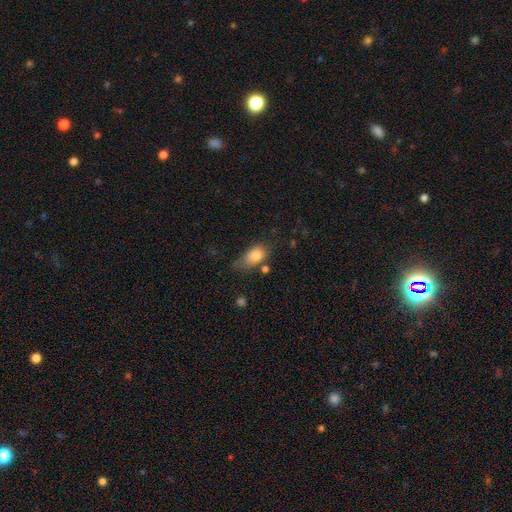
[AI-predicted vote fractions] The model was most divided on "merging": none: 42%, minor disturbance: 34%, major disturbance: 16%, merger: 9%. More confident: how rounded — in between (82%); smooth or featured — smooth (80%).